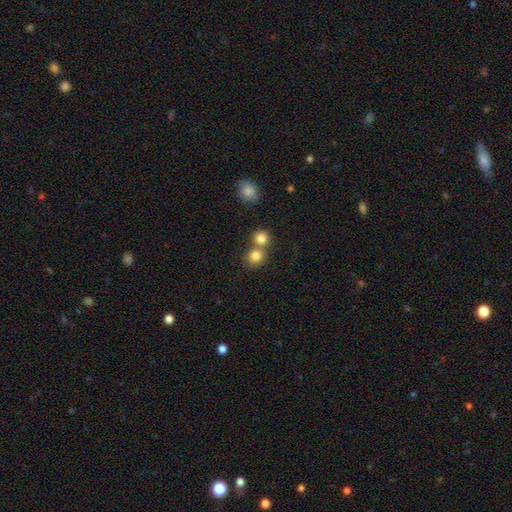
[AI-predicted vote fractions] The model was most divided on "merging": none: 49%, merger: 43%, minor disturbance: 6%, major disturbance: 2%. More confident: how rounded — round (84%); smooth or featured — smooth (82%).